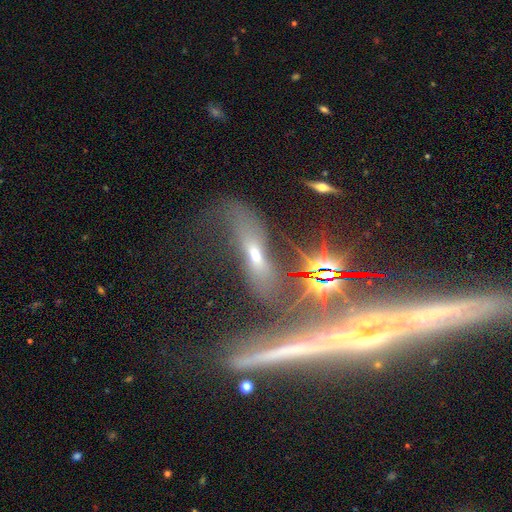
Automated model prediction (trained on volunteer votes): Overall: featured or disk (38%; smooth 34%). Merging: none (51%; minor disturbance 20%).